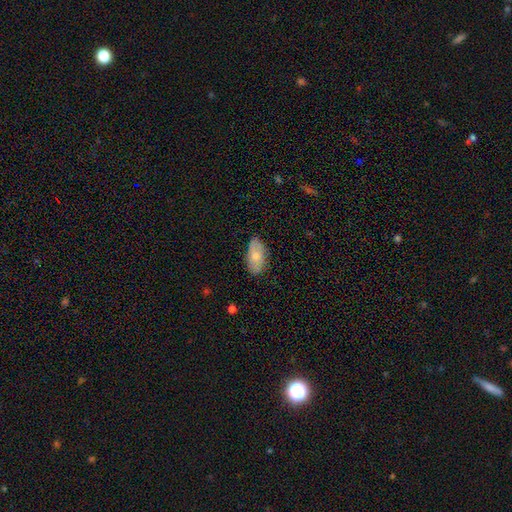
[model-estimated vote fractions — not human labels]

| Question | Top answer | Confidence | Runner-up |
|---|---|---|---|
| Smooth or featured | smooth | 71% | featured or disk (22%) |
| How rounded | in between | 93% | round (4%) |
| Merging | none | 79% | minor disturbance (17%) |